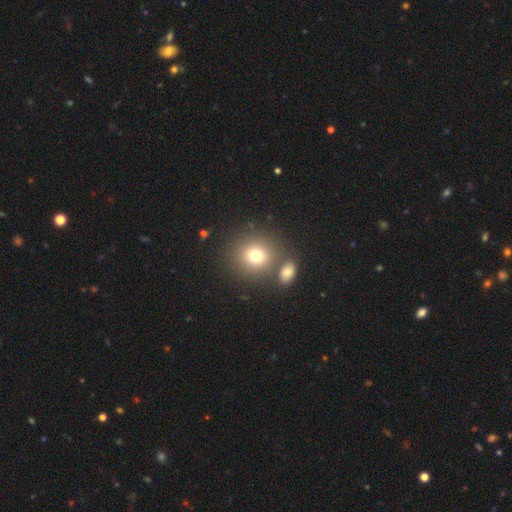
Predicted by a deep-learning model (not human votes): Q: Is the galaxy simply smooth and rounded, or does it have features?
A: smooth — 75%.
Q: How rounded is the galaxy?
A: round — 86%.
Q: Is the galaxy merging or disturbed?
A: none — 69%.